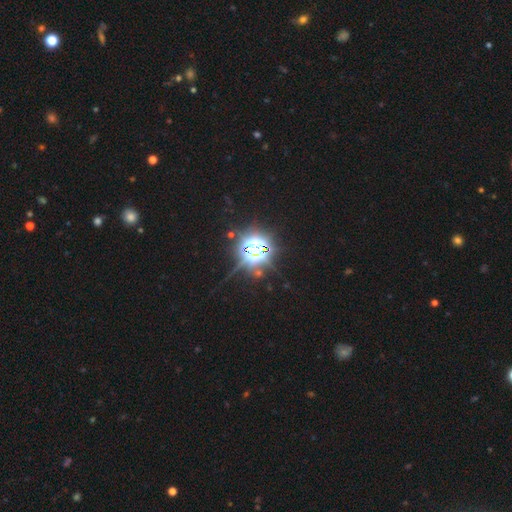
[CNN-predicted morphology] smooth-or-featured: star or artifact: 82% | smooth: 10% | featured or disk: 8%